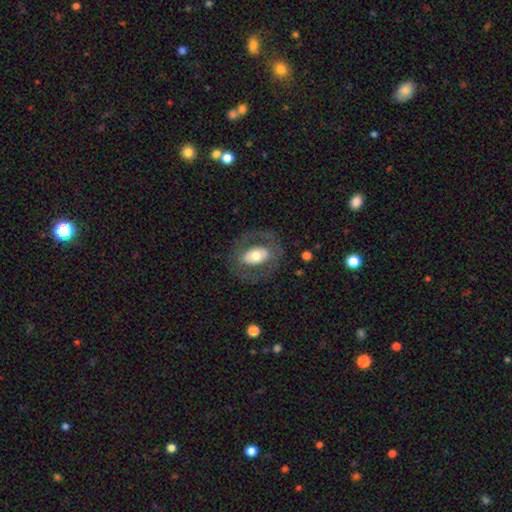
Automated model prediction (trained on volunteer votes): Smooth or featured: featured or disk — 48% (smooth — 46%)
Merging: none — 76% (minor disturbance — 12%)